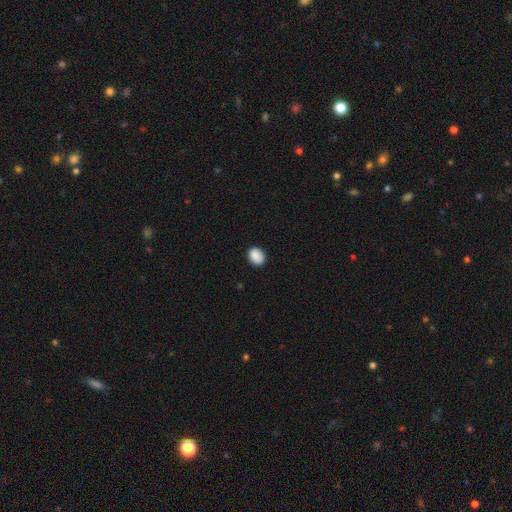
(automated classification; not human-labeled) A smooth galaxy with no disk features (89%) that is in between round and cigar-shaped (53%).

Vote fractions:
- Smooth or featured? smooth: 89% / star or artifact: 8% / featured or disk: 3%
- How rounded? in between: 53% / round: 46% / cigar-shaped: 1%
- Merging? none: 87% / minor disturbance: 10% / major disturbance: 2% / merger: 1%